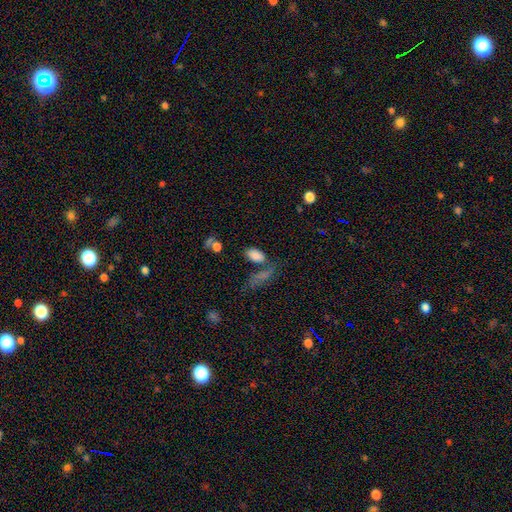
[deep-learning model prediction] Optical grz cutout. It shows a smooth galaxy with no disk features (83%) that is in between round and cigar-shaped (92%). Merging: none (59%).